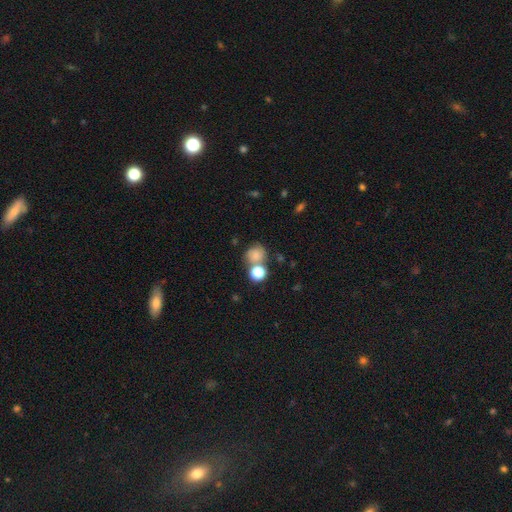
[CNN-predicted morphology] Smooth or featured: smooth — 72% (star or artifact — 15%)
How rounded: round — 78% (in between — 21%)
Merging: none — 51% (merger — 29%)